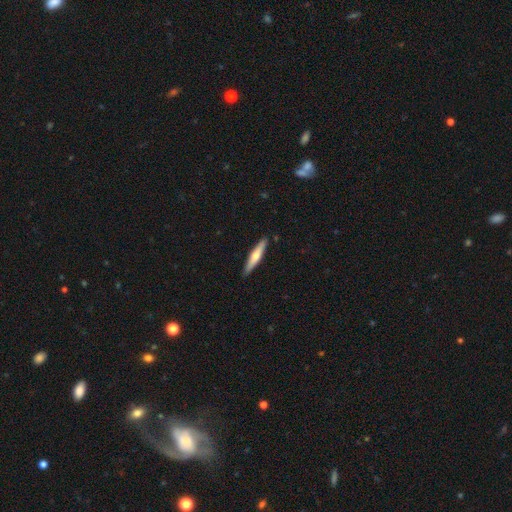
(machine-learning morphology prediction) The model was most divided on "smooth or featured": smooth: 52%, featured or disk: 43%, star or artifact: 5%. More confident: how rounded — cigar-shaped (90%); merging — none (89%).